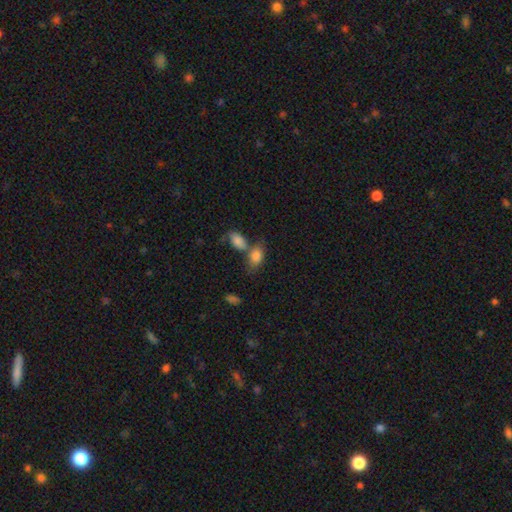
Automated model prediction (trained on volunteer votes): smooth-or-featured: smooth: 83% | featured or disk: 9% | star or artifact: 8%
  how-rounded: in between: 86% | round: 12% | cigar-shaped: 3%
  merging: merger: 46% | none: 36% | minor disturbance: 12% | major disturbance: 6%